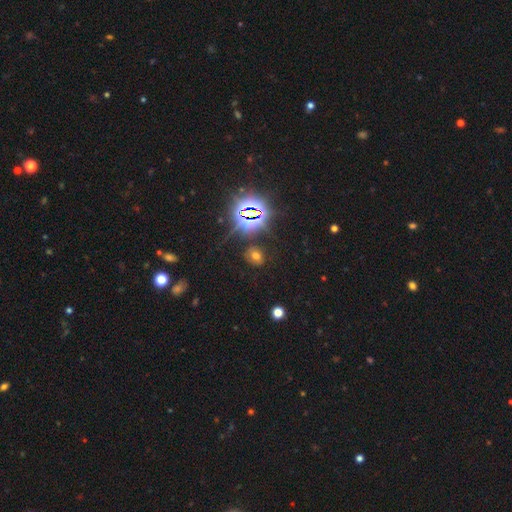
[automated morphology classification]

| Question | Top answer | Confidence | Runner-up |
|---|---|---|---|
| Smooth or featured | smooth | 51% | star or artifact (37%) |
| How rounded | in between | 51% | round (47%) |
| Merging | none | 81% | minor disturbance (12%) |